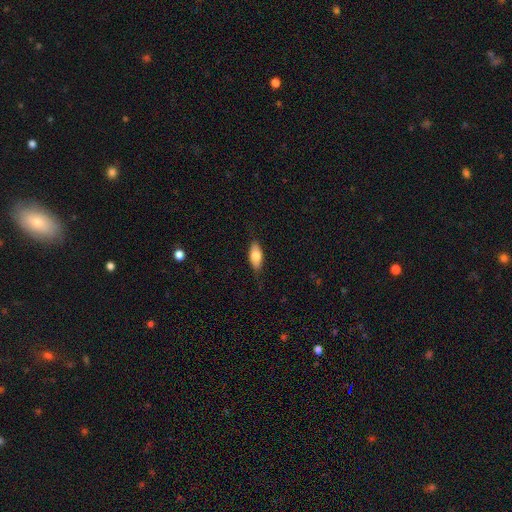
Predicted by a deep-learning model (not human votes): This is likely a smooth galaxy (75%). How rounded: clearly in between (82%). Merging: likely none (80%).